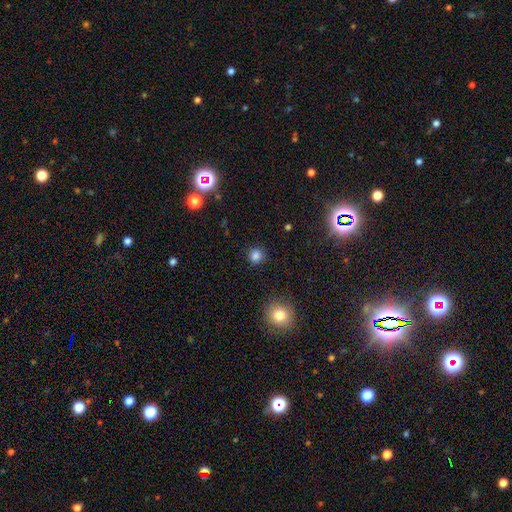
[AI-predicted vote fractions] A smooth galaxy with no disk features (82%) that is round (90%). Merging: none (89%).